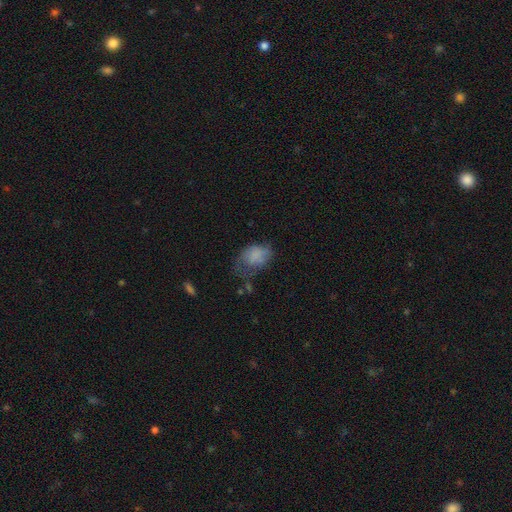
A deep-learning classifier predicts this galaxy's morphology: This appears to be a smooth galaxy with no disk features (69%) that is in between round and cigar-shaped (81%). Merging: major disturbance (35%).